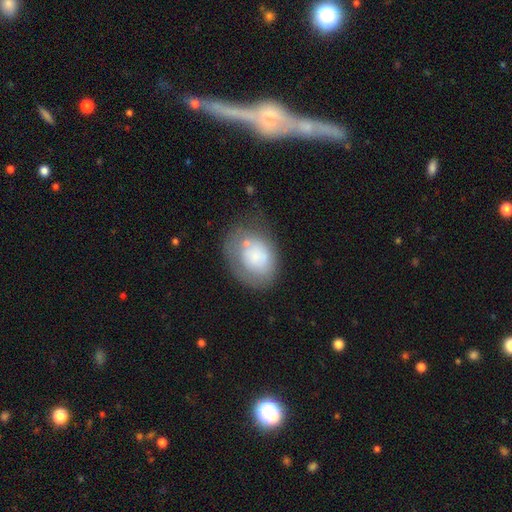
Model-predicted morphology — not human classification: The model was most divided on "merging": none: 43%, minor disturbance: 29%, major disturbance: 20%, merger: 8%. More confident: how rounded — in between (68%); smooth or featured — smooth (65%).